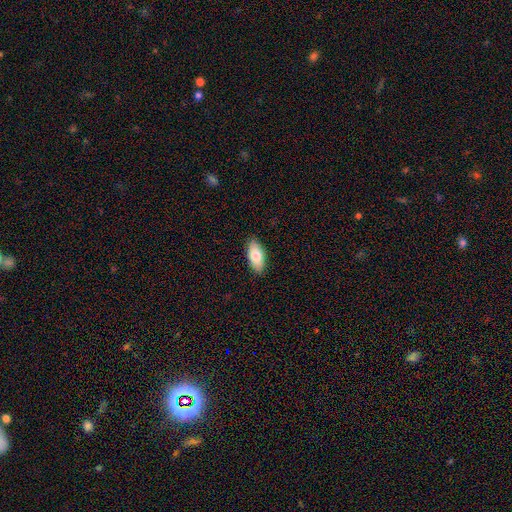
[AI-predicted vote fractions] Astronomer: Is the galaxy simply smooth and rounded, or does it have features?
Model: smooth — 80%.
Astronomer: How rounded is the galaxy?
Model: in between — 90%.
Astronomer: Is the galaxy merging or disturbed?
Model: none — 89%.